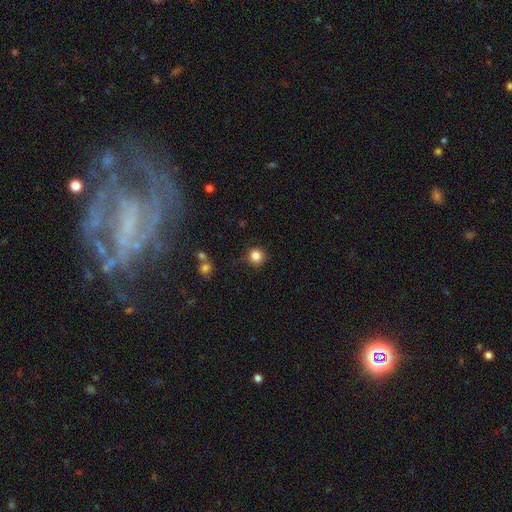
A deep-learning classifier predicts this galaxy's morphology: This appears to be a smooth galaxy with no disk features (84%) that is round (93%). Merging: none (85%).